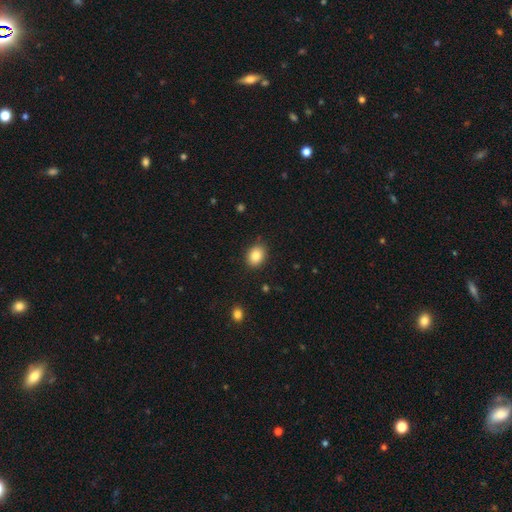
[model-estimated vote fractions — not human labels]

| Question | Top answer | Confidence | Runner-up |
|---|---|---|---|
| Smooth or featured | smooth | 85% | star or artifact (9%) |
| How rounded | in between | 55% | round (44%) |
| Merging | none | 86% | minor disturbance (11%) |